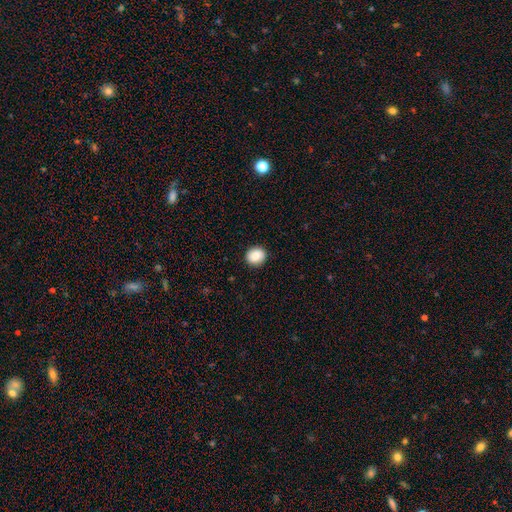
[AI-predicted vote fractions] This is clearly a smooth galaxy (85%). How rounded: clearly round (83%). Merging: clearly none (90%).